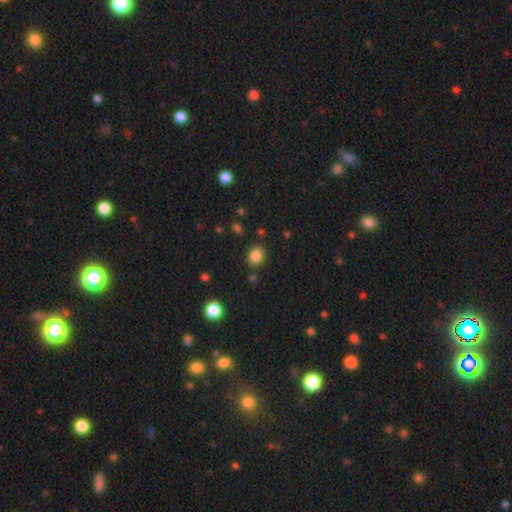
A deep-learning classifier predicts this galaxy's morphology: Smooth or featured? Predicted: smooth (p=0.84). How rounded? Predicted: round (p=0.55). Merging? Predicted: none (p=0.82).